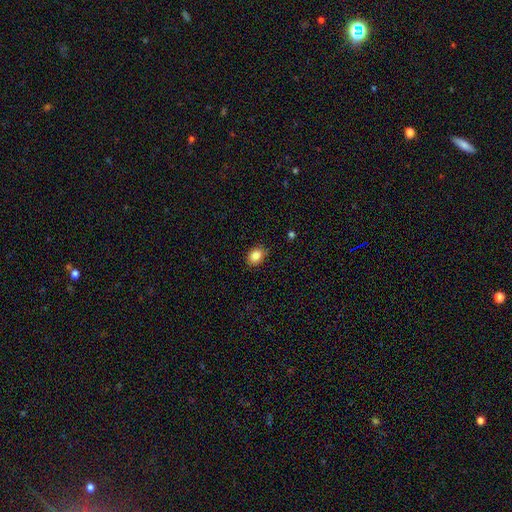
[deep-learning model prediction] smooth_or_featured: smooth (p=0.86) [alt: star or artifact p=0.09]
how_rounded: in between (p=0.61) [alt: round p=0.38]
merging: none (p=0.83) [alt: minor disturbance p=0.13]